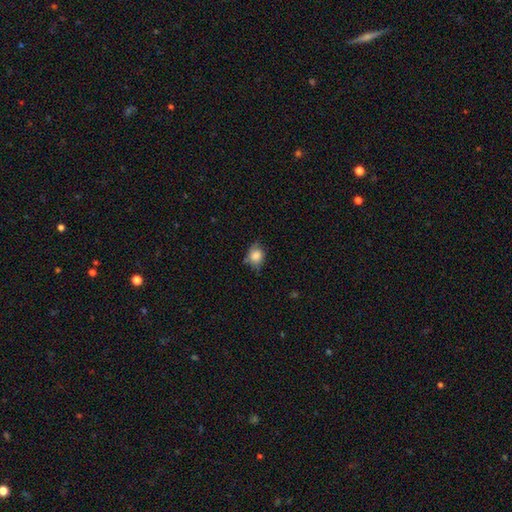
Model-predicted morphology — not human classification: This appears to be a smooth galaxy with no disk features (79%) that is in between round and cigar-shaped (50%). Merging: none (56%).